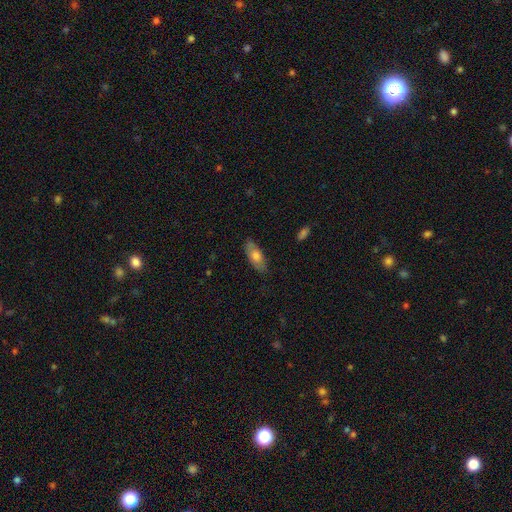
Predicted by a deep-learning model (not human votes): A smooth galaxy with no disk features (70%) that is in between round and cigar-shaped (78%).

Vote fractions:
- Smooth or featured? smooth: 70% / featured or disk: 24% / star or artifact: 6%
- How rounded? in between: 78% / cigar-shaped: 19% / round: 3%
- Merging? none: 81% / minor disturbance: 15% / major disturbance: 3% / merger: 1%